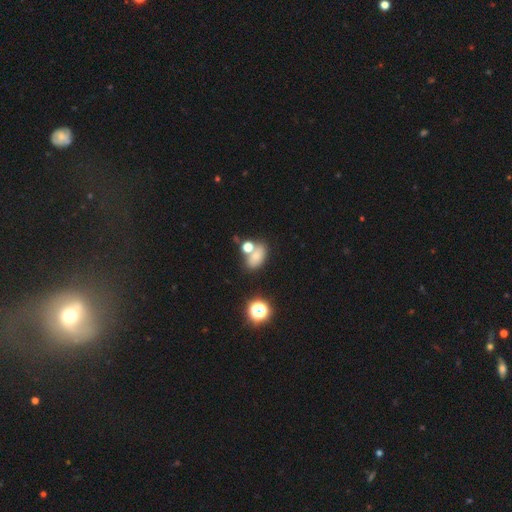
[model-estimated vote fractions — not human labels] smooth_or_featured: smooth (p=0.73) [alt: star or artifact p=0.17]
how_rounded: in between (p=0.80) [alt: round p=0.17]
merging: none (p=0.56) [alt: merger p=0.23]